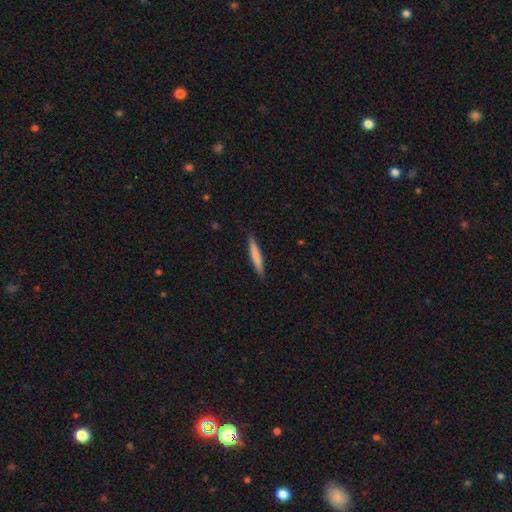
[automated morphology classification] Q: Smooth or featured?
A: smooth (75%); runner-up: featured or disk (20%)
Q: How rounded?
A: cigar-shaped (94%); runner-up: in between (5%)
Q: Merging?
A: none (89%); runner-up: minor disturbance (8%)